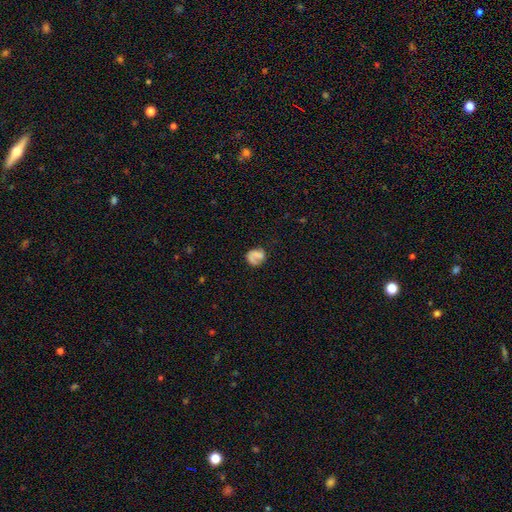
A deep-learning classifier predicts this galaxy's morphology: smooth-or-featured: smooth: 61% | featured or disk: 27% | star or artifact: 12%
  how-rounded: round: 71% | in between: 27% | cigar-shaped: 1%
  merging: none: 59% | minor disturbance: 22% | major disturbance: 14% | merger: 5%